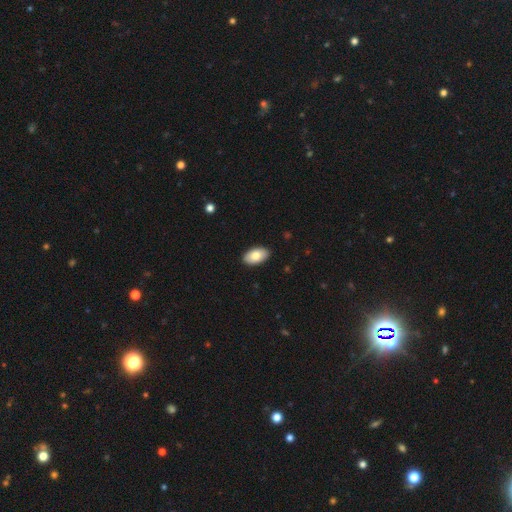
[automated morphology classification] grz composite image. It shows a smooth galaxy with no disk features (79%) that is in between round and cigar-shaped (95%). Merging: none (90%).